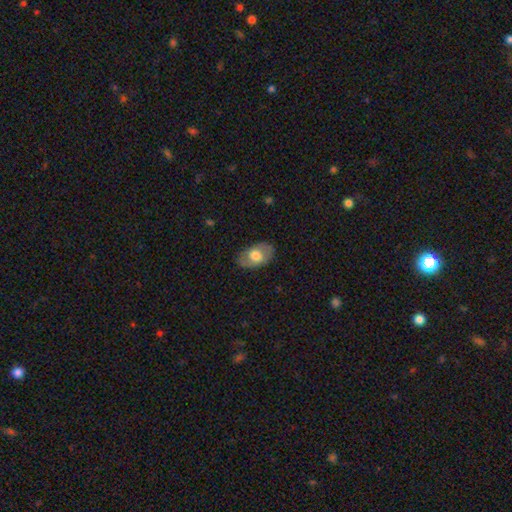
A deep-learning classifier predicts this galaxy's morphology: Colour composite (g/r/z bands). It shows a smooth galaxy with no disk features (59%) that is in between round and cigar-shaped (89%). Merging: none (80%).